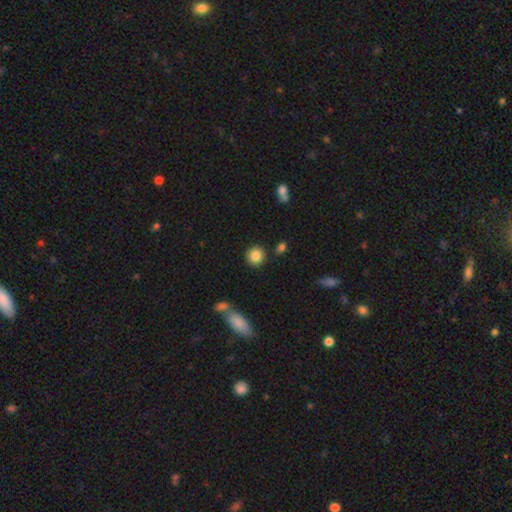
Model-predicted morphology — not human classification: Smooth or featured?
  - smooth: 84% *
  - star or artifact: 9%
  - featured or disk: 6%
How rounded?
  - round: 90% *
  - in between: 9%
  - cigar-shaped: 1%
Merging?
  - none: 86% *
  - minor disturbance: 8%
  - merger: 4%
  - major disturbance: 2%